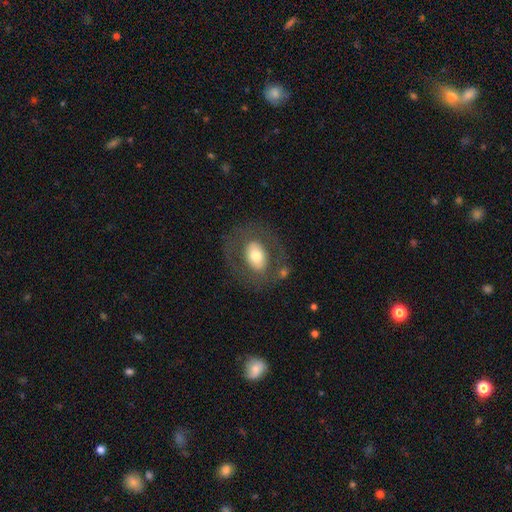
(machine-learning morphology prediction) Smooth or featured? smooth (51%)
How rounded? in between (72%)
Merging? none (71%)